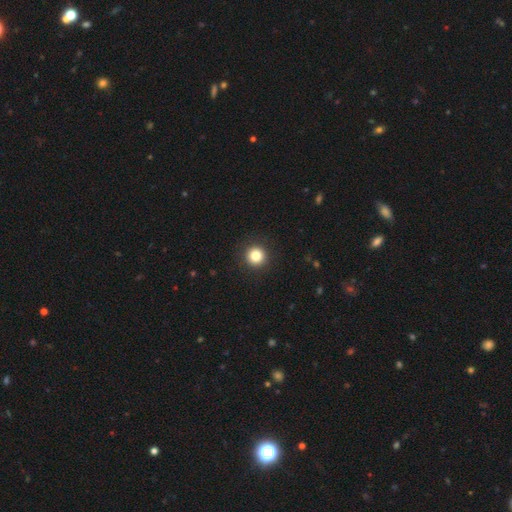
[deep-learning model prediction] Q: Smooth or featured?
A: smooth (83%); runner-up: star or artifact (11%)
Q: How rounded?
A: round (96%); runner-up: in between (3%)
Q: Merging?
A: none (93%); runner-up: minor disturbance (5%)